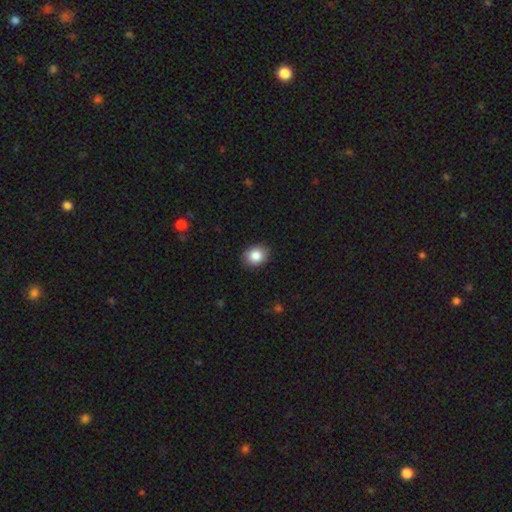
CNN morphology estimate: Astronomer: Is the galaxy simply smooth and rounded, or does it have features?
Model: smooth — 86%.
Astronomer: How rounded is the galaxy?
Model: round — 52% (runner-up: in between, 47%).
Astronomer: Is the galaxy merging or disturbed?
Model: none — 90%.